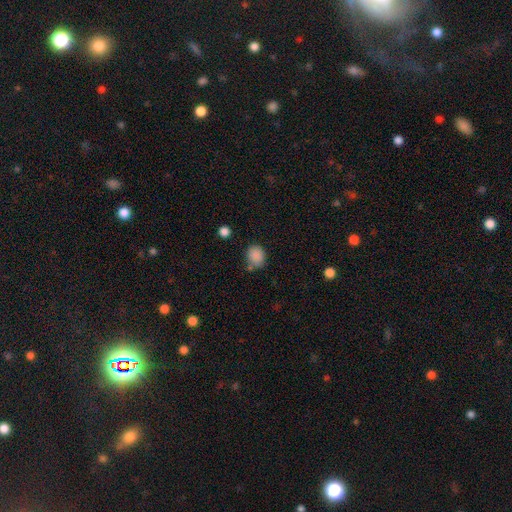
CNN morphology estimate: This is clearly a smooth galaxy (87%). How rounded: likely round (67%). Merging: likely none (69%).